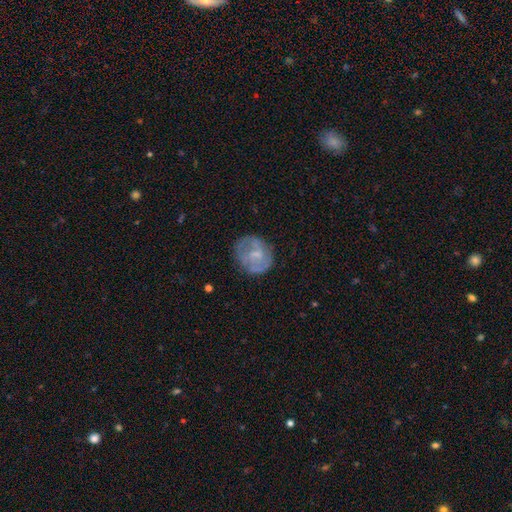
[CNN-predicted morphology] The model was most divided on "spiral arms": yes: 54%, no: 46%. Remaining: edge-on disk — no (97%); merging — none (67%); bar — no (56%); smooth or featured — featured or disk (55%); bulge size — small (46%).